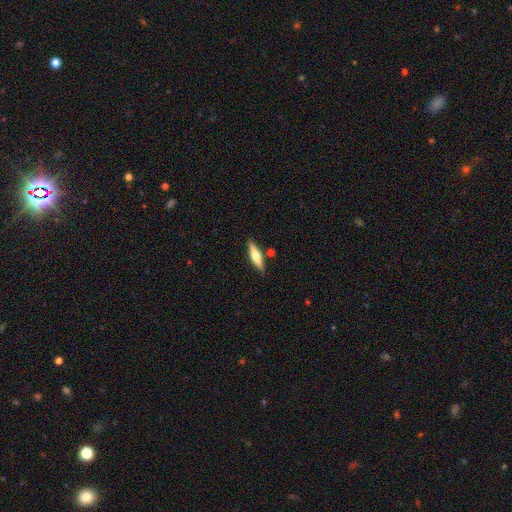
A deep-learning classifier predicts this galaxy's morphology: type=smooth (50%); merging=none (83%).